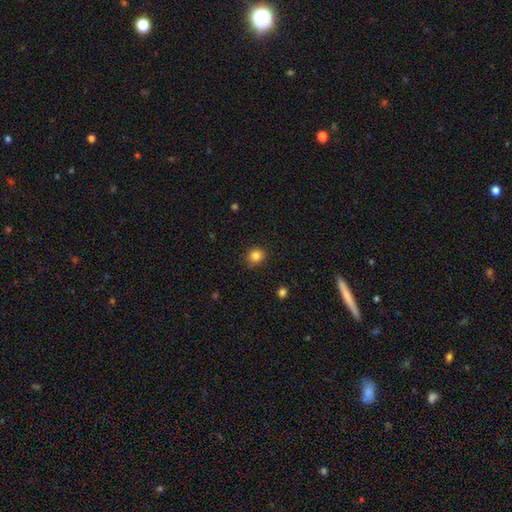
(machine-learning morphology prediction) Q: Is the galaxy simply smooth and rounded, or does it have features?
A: smooth — 84%.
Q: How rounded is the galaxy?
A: round — 86%.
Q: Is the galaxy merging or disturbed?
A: none — 85%.